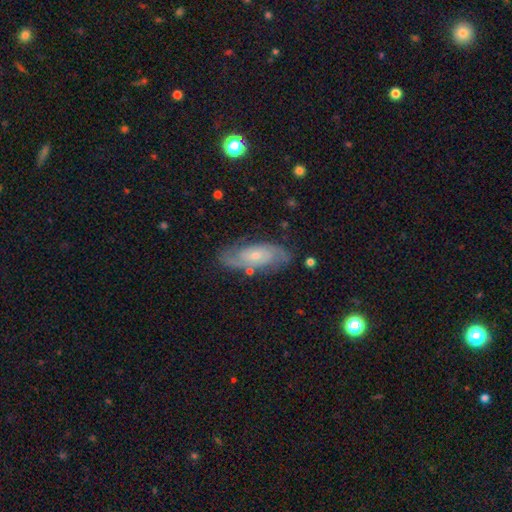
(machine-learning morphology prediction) Smooth or featured? Predicted: featured or disk (p=0.78). Edge-on disk? Predicted: no (p=0.93). Bar? Predicted: no (p=0.65). Spiral arms? Predicted: yes (p=0.94). Spiral winding? Predicted: tight (p=0.48). Spiral arm count? Predicted: 2 (p=0.77). Bulge size? Predicted: small (p=0.68). Merging? Predicted: none (p=0.78).